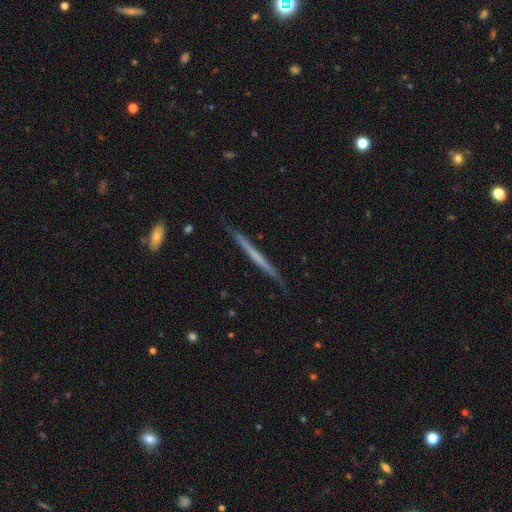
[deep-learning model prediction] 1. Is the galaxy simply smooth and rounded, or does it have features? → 56% featured or disk, 38% smooth, 5% star or artifact.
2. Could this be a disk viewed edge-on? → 97% yes, 3% no.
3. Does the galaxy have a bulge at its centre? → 88% none, 7% rounded, 5% boxy.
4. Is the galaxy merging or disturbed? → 85% none, 12% minor disturbance, 2% major disturbance, 1% merger.